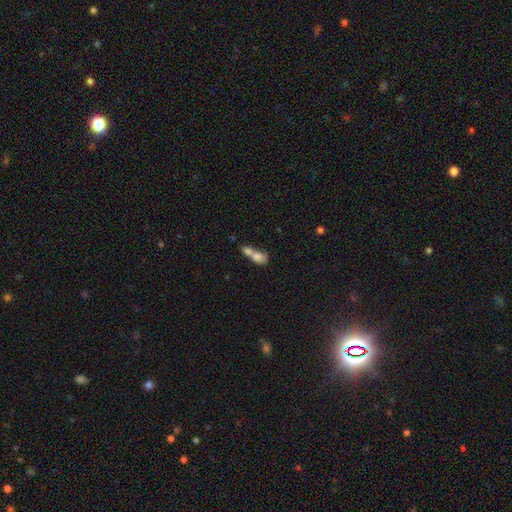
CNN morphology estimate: A smooth galaxy with no disk features (74%) that is in between round and cigar-shaped (69%). Merging: merger (77%).